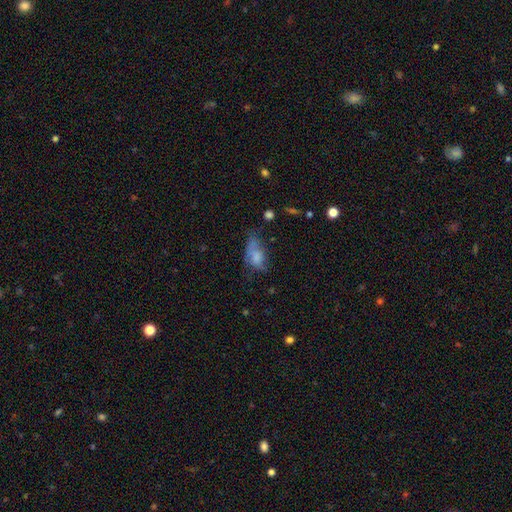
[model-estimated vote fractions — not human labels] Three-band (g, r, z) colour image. It shows a smooth galaxy with no disk features (65%) that is in between round and cigar-shaped (86%). Merging: major disturbance (34%).